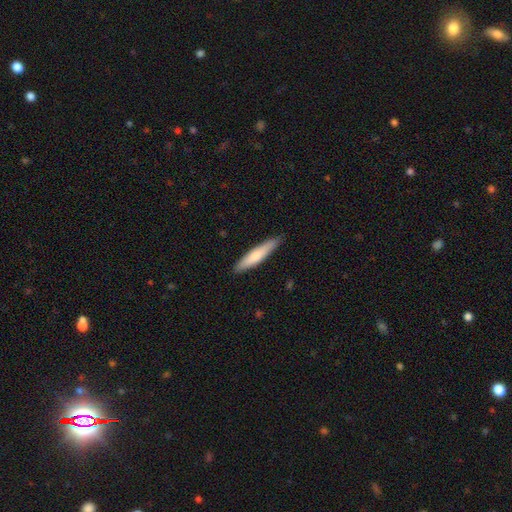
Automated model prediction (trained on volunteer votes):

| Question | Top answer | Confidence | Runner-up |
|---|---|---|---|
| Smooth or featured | smooth | 71% | featured or disk (24%) |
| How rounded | cigar-shaped | 87% | in between (11%) |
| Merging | none | 88% | minor disturbance (9%) |